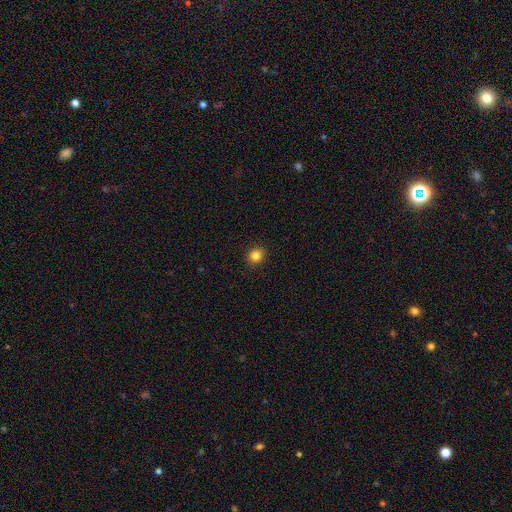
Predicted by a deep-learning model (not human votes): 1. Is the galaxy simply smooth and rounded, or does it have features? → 84% smooth, 12% star or artifact, 4% featured or disk.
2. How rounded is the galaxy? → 82% round, 17% in between, 1% cigar-shaped.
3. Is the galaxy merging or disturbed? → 92% none, 6% minor disturbance, 2% major disturbance, 1% merger.